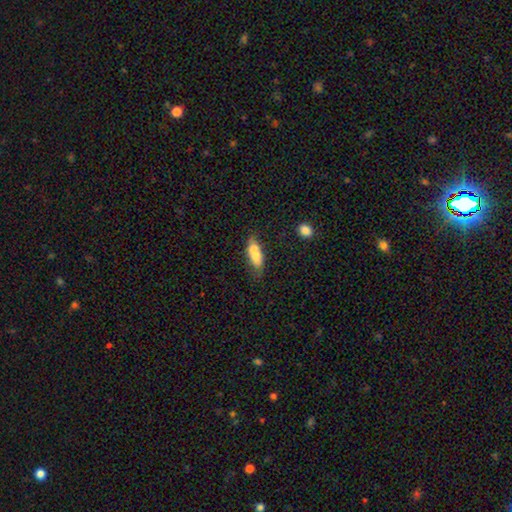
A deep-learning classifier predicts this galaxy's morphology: A smooth galaxy with no disk features (68%) that is in between round and cigar-shaped (67%). Merging: merger (40%).